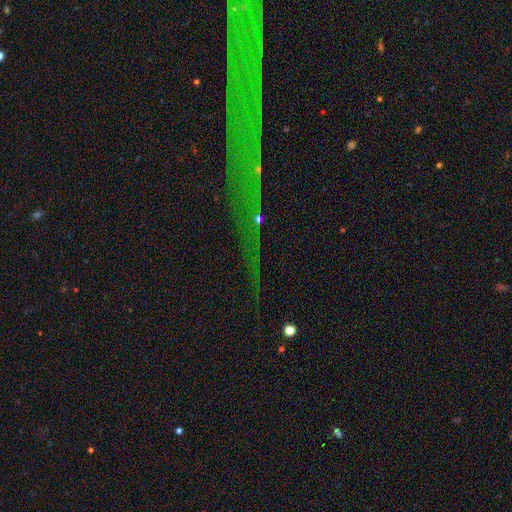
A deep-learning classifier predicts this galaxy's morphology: Smooth or featured? Predicted: star or artifact (p=0.77).